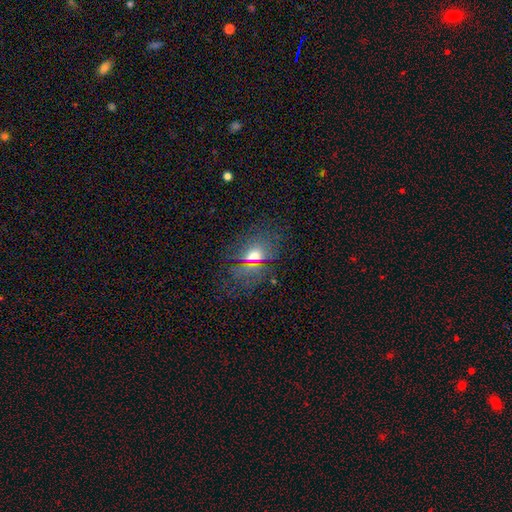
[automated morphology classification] Smooth or featured? smooth (51%)
How rounded? in between (58%)
Merging? none (68%)